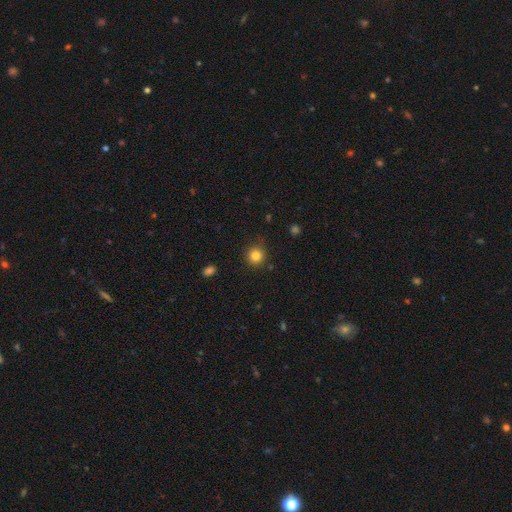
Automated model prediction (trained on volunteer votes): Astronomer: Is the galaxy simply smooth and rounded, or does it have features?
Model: smooth — 83%.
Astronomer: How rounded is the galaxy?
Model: round — 92%.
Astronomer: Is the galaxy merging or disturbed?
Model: none — 84%.